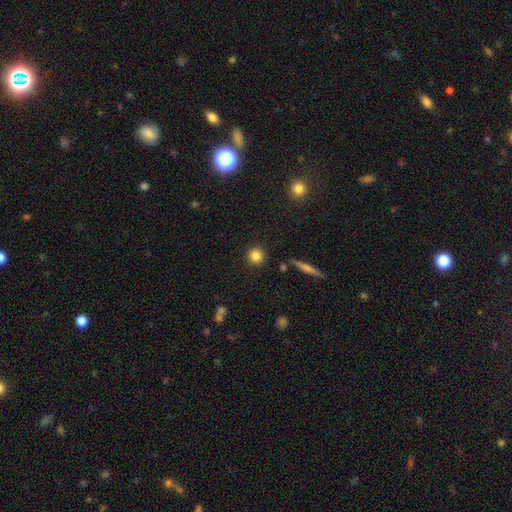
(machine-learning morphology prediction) smooth-or-featured: smooth: 83% | star or artifact: 10% | featured or disk: 7%
  how-rounded: round: 92% | in between: 6% | cigar-shaped: 1%
  merging: none: 89% | minor disturbance: 6% | merger: 3% | major disturbance: 2%